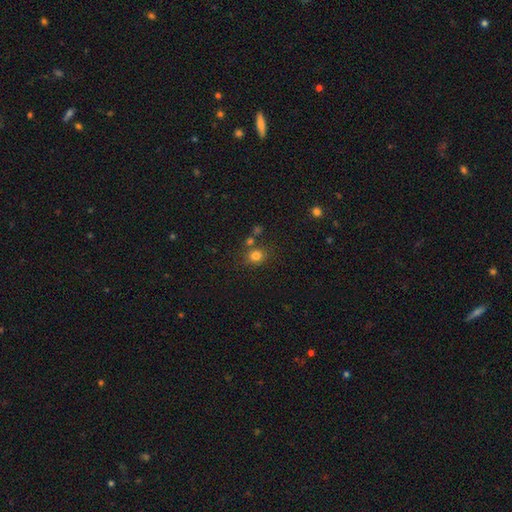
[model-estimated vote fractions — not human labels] Smooth or featured?
  - smooth: 80% *
  - star or artifact: 14%
  - featured or disk: 6%
How rounded?
  - round: 68% *
  - in between: 31%
  - cigar-shaped: 1%
Merging?
  - none: 70% *
  - merger: 13%
  - minor disturbance: 12%
  - major disturbance: 4%